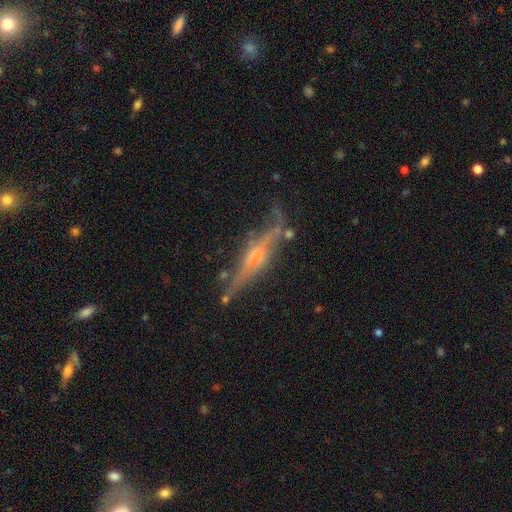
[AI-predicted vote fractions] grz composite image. It shows a featured or disk galaxy (81%) viewed edge-on (92%) with a rounded central bulge (84%). Merging: none (70%).